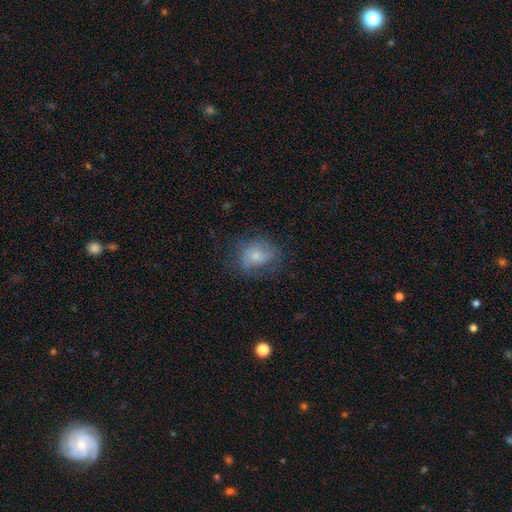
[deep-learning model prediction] smooth_or_featured: smooth (p=0.57) [alt: featured or disk p=0.33]
how_rounded: round (p=0.53) [alt: in between p=0.46]
merging: none (p=0.59) [alt: minor disturbance p=0.23]